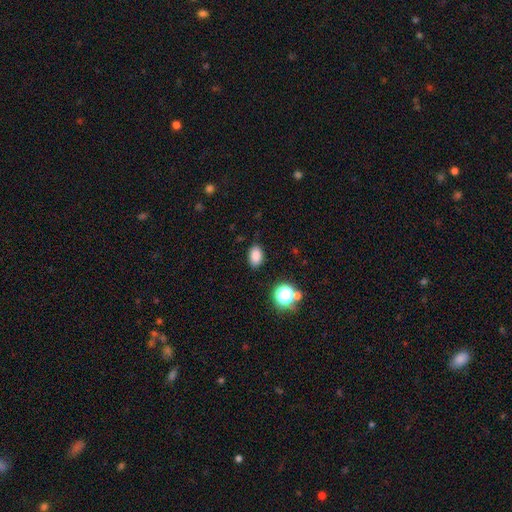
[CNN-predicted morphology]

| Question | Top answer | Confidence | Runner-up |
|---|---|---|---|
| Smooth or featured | smooth | 83% | star or artifact (12%) |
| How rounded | in between | 84% | round (14%) |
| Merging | none | 86% | minor disturbance (10%) |